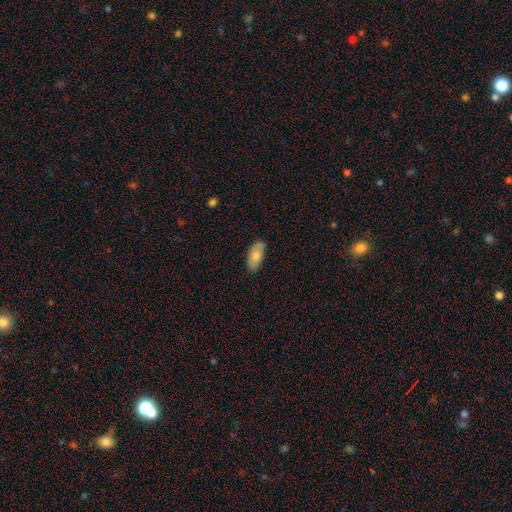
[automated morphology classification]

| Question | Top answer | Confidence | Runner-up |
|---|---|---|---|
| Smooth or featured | smooth | 68% | featured or disk (26%) |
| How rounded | in between | 92% | cigar-shaped (5%) |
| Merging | none | 76% | minor disturbance (19%) |